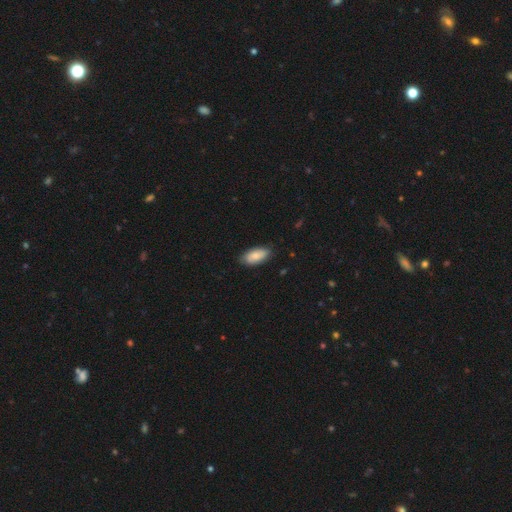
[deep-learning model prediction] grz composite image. It shows a smooth galaxy with no disk features (82%) that is in between round and cigar-shaped (92%). Merging: none (81%).